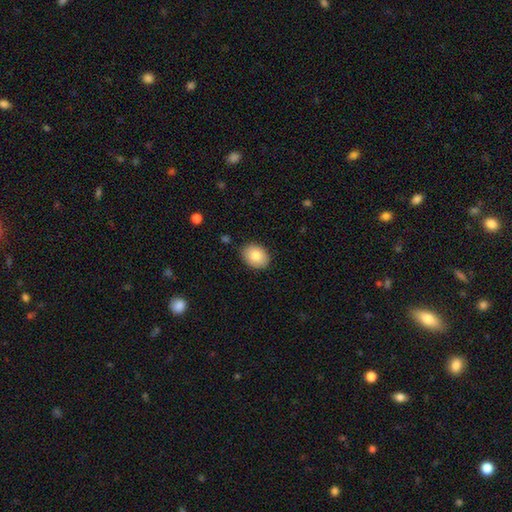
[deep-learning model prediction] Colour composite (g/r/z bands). It shows a smooth galaxy with no disk features (84%) that is in between round and cigar-shaped (67%). Merging: none (86%).